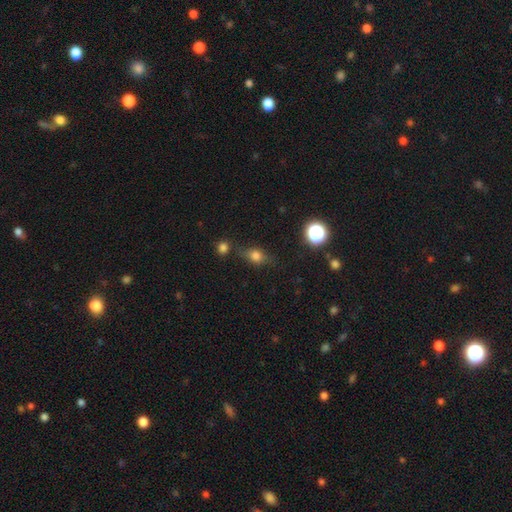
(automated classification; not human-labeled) Morphology: type=smooth (65%); roundness=in between (54%); merging=none (66%).